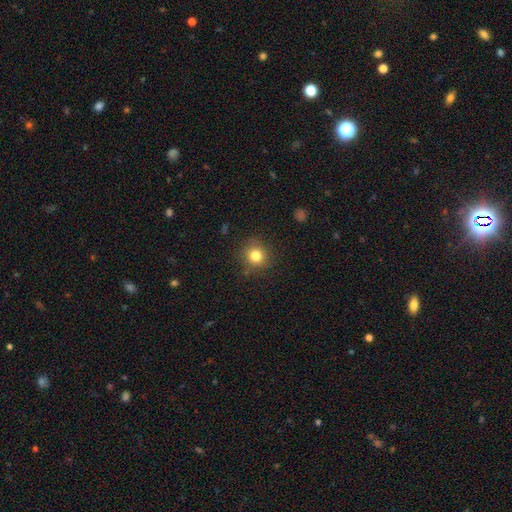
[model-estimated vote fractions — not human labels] Overall: smooth (81%). How rounded: round (90%). Merging: none (87%).